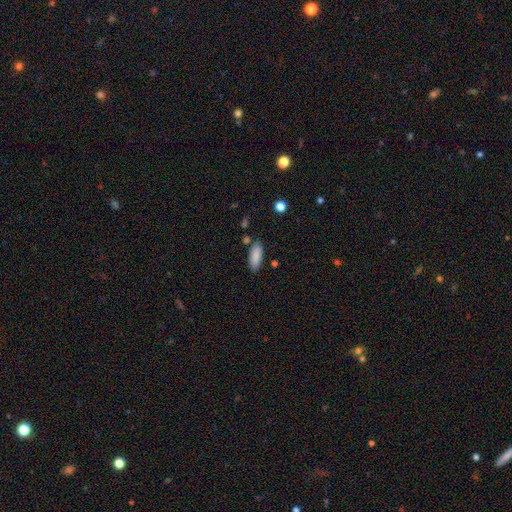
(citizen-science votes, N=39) Smooth or featured? smooth (97%)
How rounded? in between (79%)
Merging? none (92%)